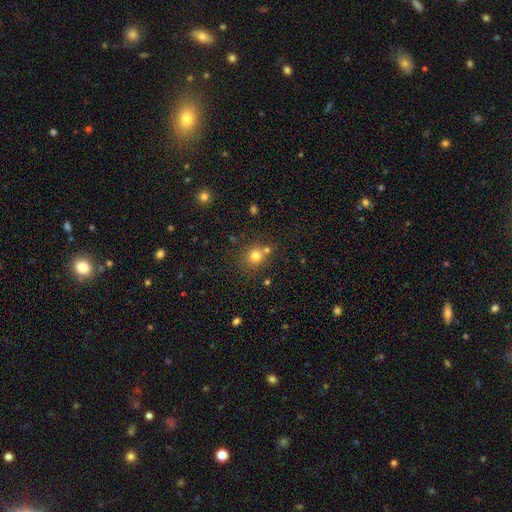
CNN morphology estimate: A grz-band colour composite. It shows a smooth galaxy with no disk features (77%) that is round (86%). Merging: none (70%).